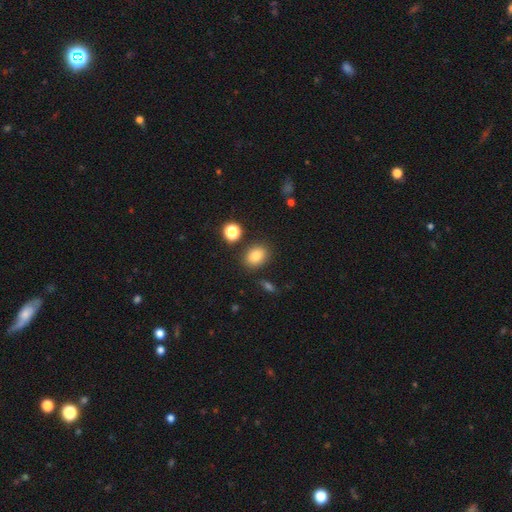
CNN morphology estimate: Smooth or featured? Predicted: smooth (p=0.82). How rounded? Predicted: in between (p=0.60). Merging? Predicted: none (p=0.83).